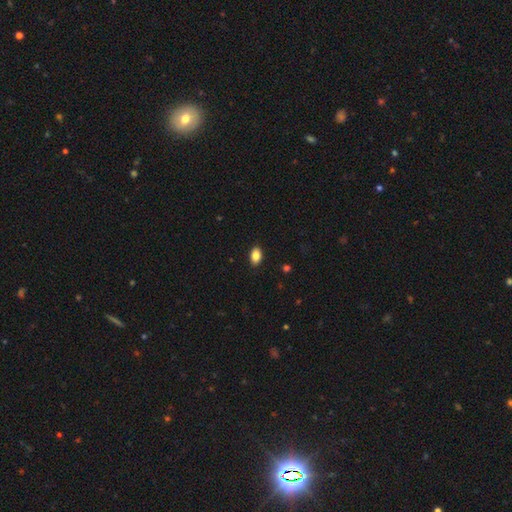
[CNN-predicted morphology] This appears to be a smooth galaxy with no disk features (86%) that is in between round and cigar-shaped (88%). Merging: none (90%).